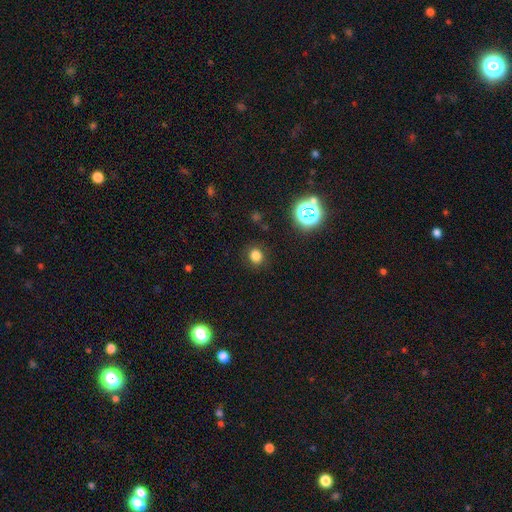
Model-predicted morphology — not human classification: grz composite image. It shows a smooth galaxy with no disk features (78%) that is round (75%). Merging: none (87%).